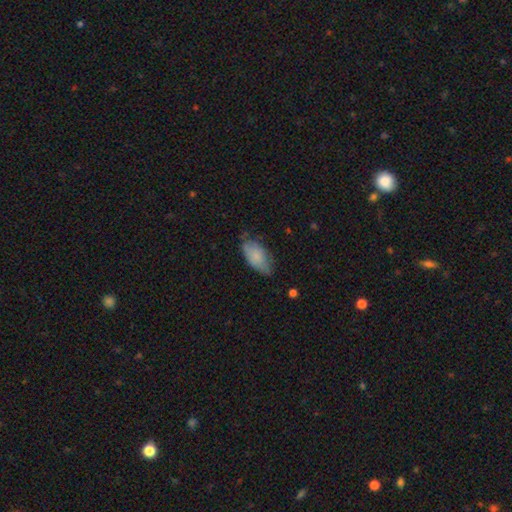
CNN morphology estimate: The model was most divided on "merging": none: 58%, minor disturbance: 33%, major disturbance: 7%, merger: 2%. More confident: how rounded — in between (93%); smooth or featured — smooth (78%).